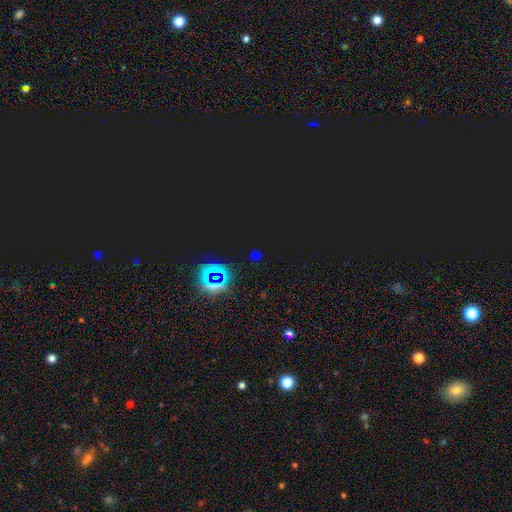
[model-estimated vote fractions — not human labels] The model was most divided on "smooth or featured": star or artifact: 79%, smooth: 15%, featured or disk: 6%.